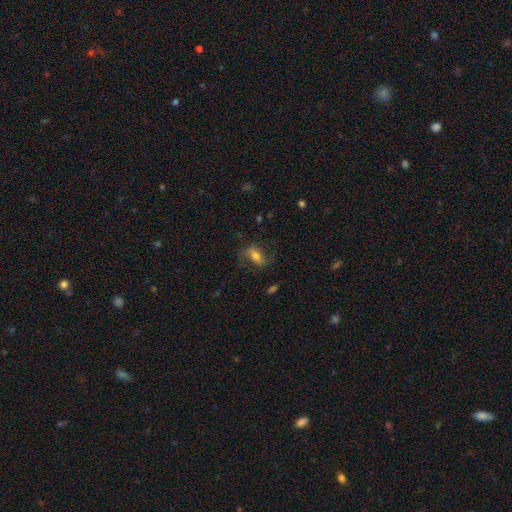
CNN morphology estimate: A smooth galaxy with no disk features (47%).

Vote fractions:
- Smooth or featured? smooth: 47% / featured or disk: 43% / star or artifact: 10%
- Merging? none: 67% / minor disturbance: 19% / major disturbance: 13% / merger: 2%